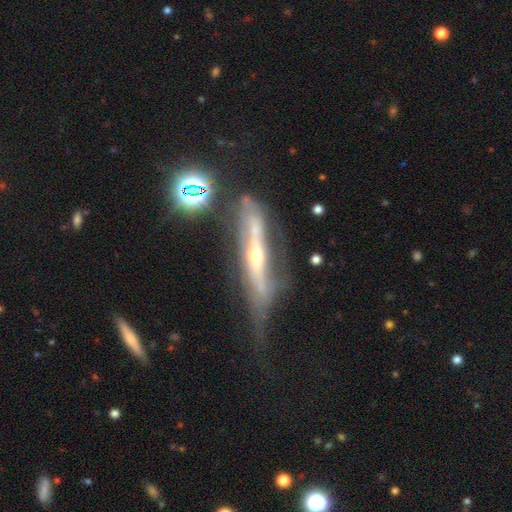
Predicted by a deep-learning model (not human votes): smooth-or-featured: featured or disk: 75% | smooth: 17% | star or artifact: 8%
  disk-edge-on: yes: 72% | no: 28%
    edge-on-bulge: rounded: 83% | none: 10% | boxy: 7%
  merging: none: 32% | major disturbance: 31% | minor disturbance: 26% | merger: 11%